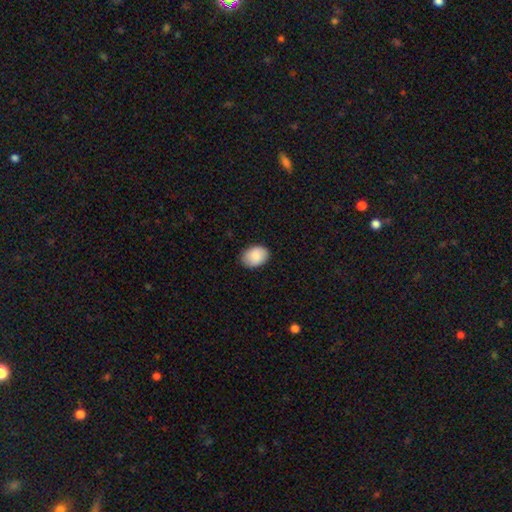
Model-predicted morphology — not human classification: type=smooth (88%); roundness=in between (77%); merging=none (85%).